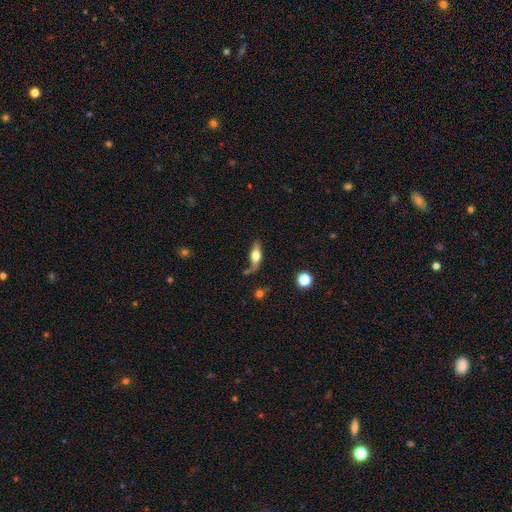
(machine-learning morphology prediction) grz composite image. It shows a smooth galaxy with no disk features (53%) that is in between round and cigar-shaped (63%). Merging: none (49%).